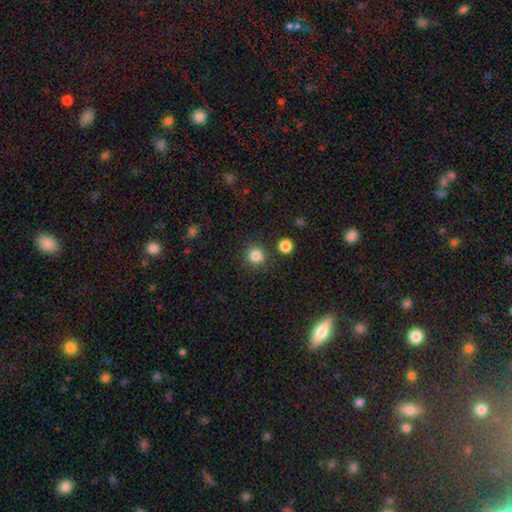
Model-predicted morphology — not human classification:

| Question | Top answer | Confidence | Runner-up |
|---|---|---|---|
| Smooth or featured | smooth | 82% | star or artifact (13%) |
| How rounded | round | 94% | in between (6%) |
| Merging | none | 84% | minor disturbance (7%) |